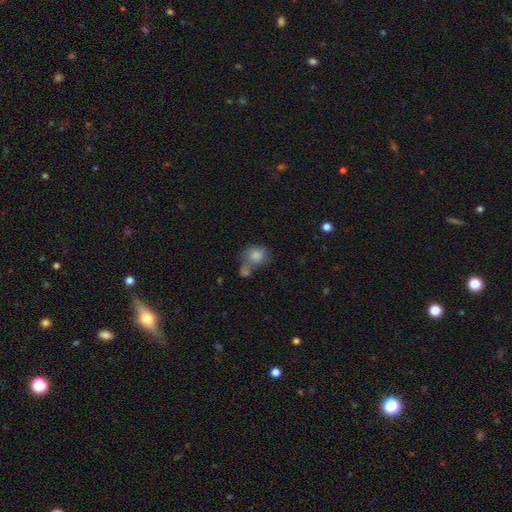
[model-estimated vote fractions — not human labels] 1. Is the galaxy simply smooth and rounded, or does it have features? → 82% smooth, 10% featured or disk, 9% star or artifact.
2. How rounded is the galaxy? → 67% round, 32% in between, 1% cigar-shaped.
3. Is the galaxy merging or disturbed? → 42% merger, 35% none, 15% minor disturbance, 9% major disturbance.